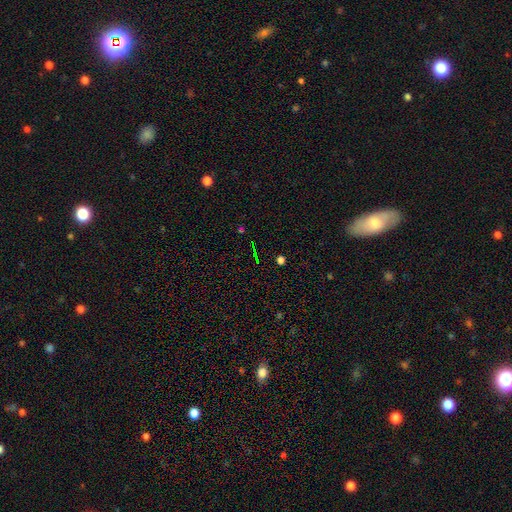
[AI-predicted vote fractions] Smooth or featured: star or artifact — 70% (smooth — 17%)